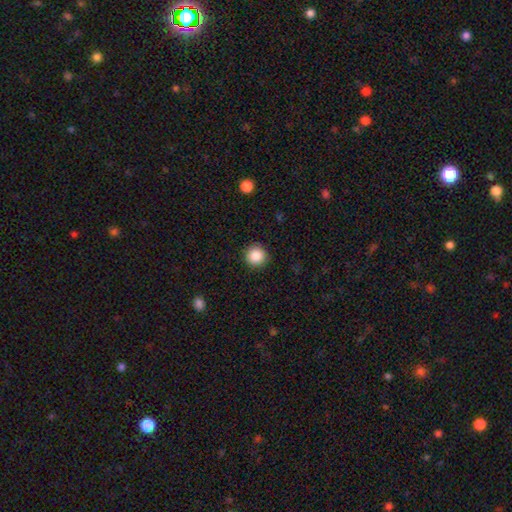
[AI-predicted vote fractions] Morphology: type=smooth (87%); roundness=round (95%); merging=none (91%).